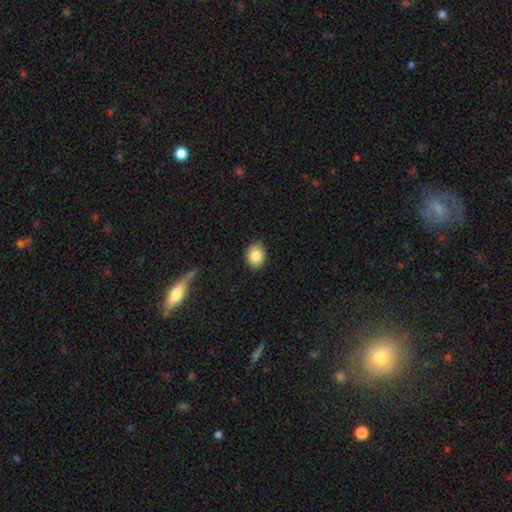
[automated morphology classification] This is clearly a smooth galaxy (84%). How rounded: possibly in between (55%). Merging: clearly none (84%).